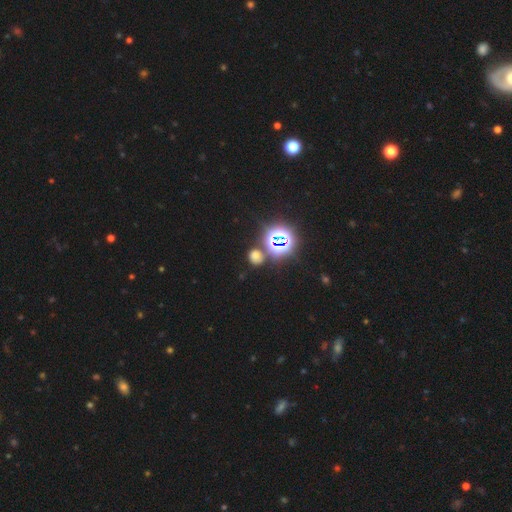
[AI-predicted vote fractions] This is possibly a smooth galaxy (51%). How rounded: likely round (75%). Merging: likely none (72%).